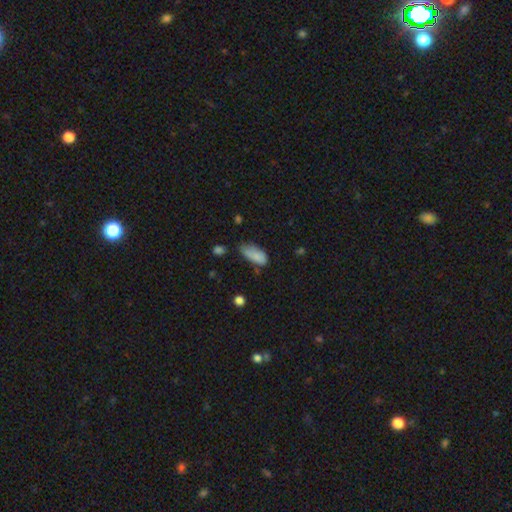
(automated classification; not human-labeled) This is clearly a smooth galaxy (82%). How rounded: clearly in between (82%). Merging: marginally minor disturbance (42%).